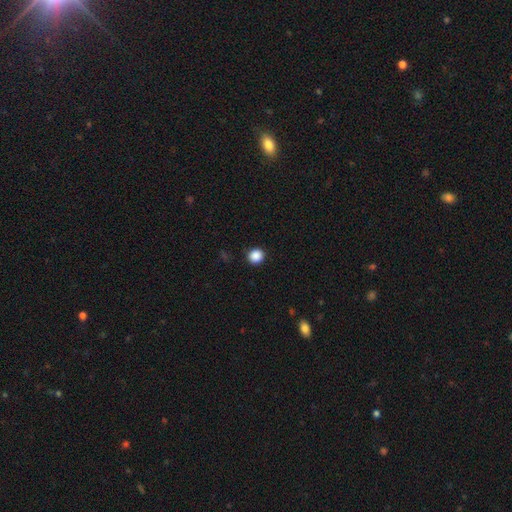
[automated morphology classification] A smooth galaxy with no disk features (88%) that is round (92%). Merging: none (92%).